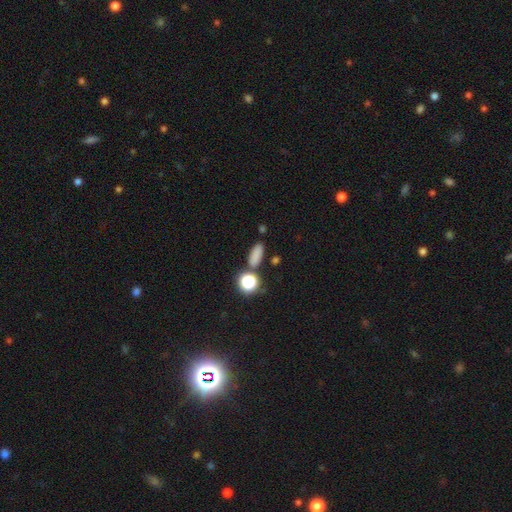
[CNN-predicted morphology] This is likely a smooth galaxy (78%). How rounded: likely in between (70%). Merging: likely none (79%).